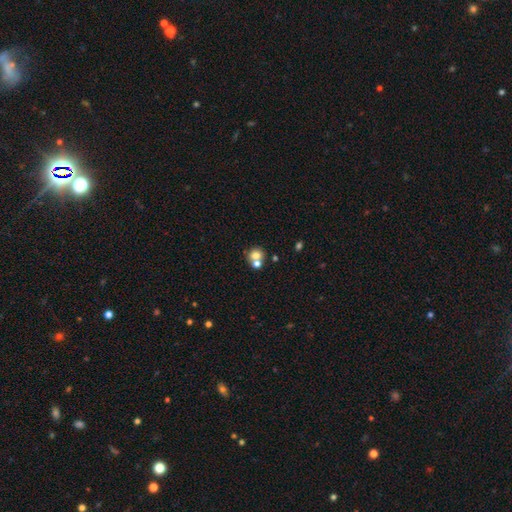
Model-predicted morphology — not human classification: Overall: smooth (72%). How rounded: round (81%). Merging: merger (45%; none 44%).